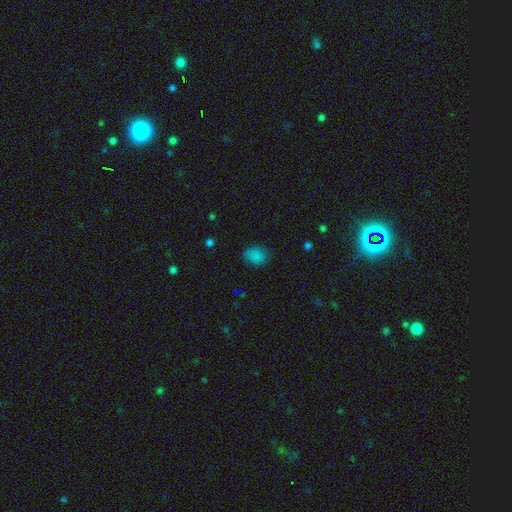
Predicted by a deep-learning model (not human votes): A smooth galaxy with no disk features (78%) that is in between round and cigar-shaped (50%). Merging: none (76%).